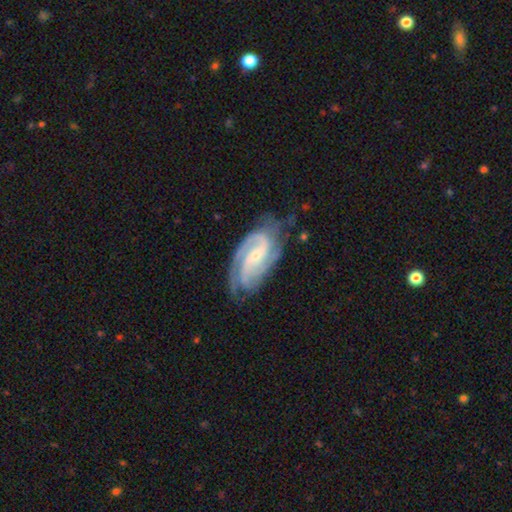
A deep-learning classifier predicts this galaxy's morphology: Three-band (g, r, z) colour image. It shows a featured or disk galaxy (90%) with no bar (41%), 2 (44%) tight (45%) spiral arms (98%) and a small central bulge (73%). Merging: none (70%).